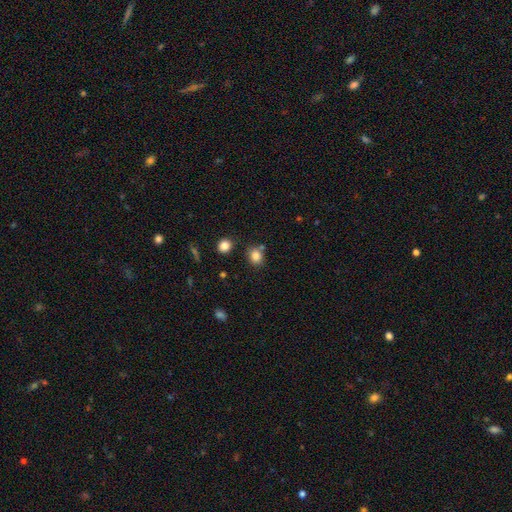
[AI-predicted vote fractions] A smooth galaxy with no disk features (83%) that is round (68%). Merging: none (73%).